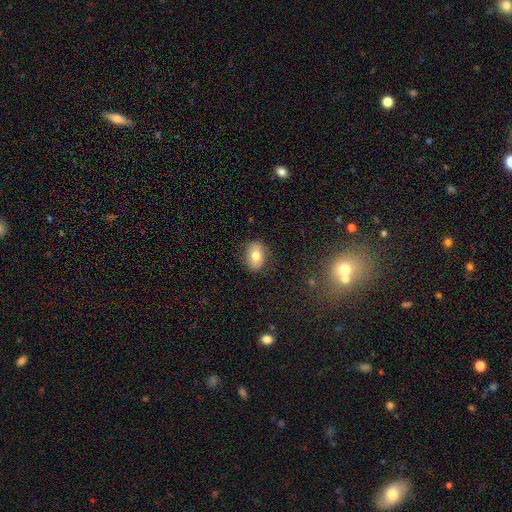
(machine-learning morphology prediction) Smooth or featured? smooth (73%)
How rounded? in between (74%)
Merging? none (85%)